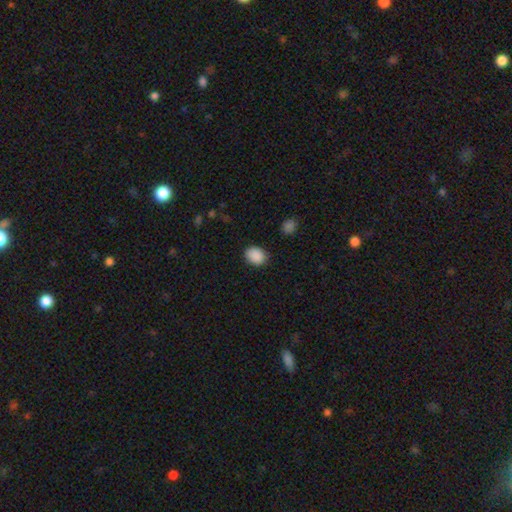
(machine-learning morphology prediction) A smooth galaxy with no disk features (89%) that is in between round and cigar-shaped (57%). Merging: none (84%).